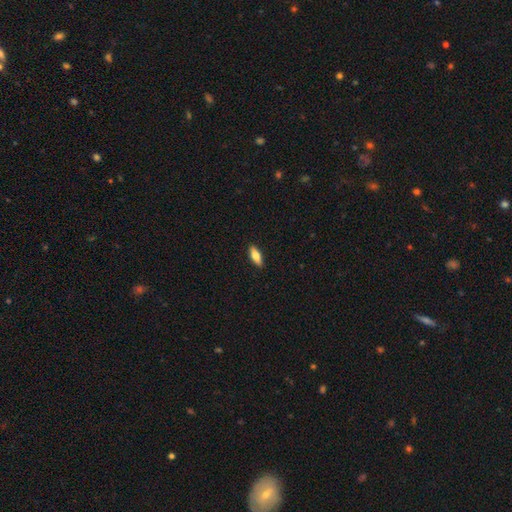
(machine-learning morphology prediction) The model was most divided on "how rounded": in between: 66%, cigar-shaped: 32%, round: 3%. More confident: merging — none (90%); smooth or featured — smooth (69%).